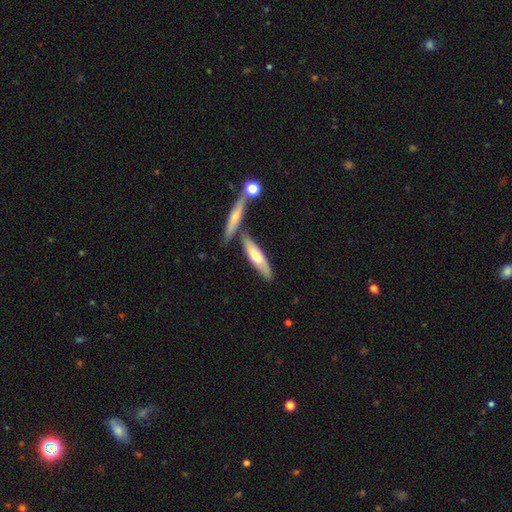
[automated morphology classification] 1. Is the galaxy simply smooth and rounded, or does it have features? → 57% smooth, 38% featured or disk, 5% star or artifact.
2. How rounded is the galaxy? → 68% cigar-shaped, 30% in between, 2% round.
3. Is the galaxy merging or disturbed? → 65% none, 18% merger, 14% minor disturbance, 3% major disturbance.